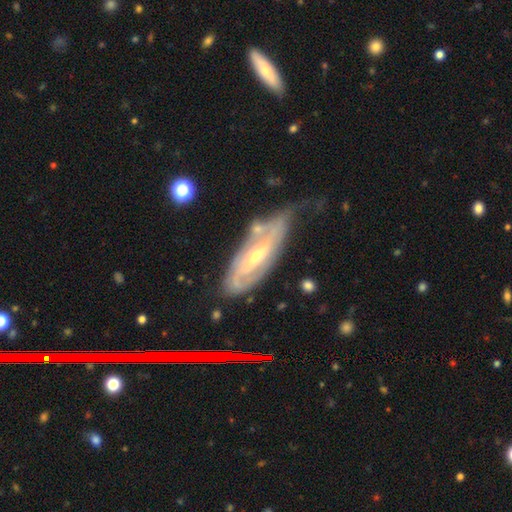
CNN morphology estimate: This is likely a featured or disk galaxy (79%). It is clearly not viewed edge-on (84%). Bar: marginally weak (39%). Spiral arm pattern: clearly yes (89%). Spiral arm count: possibly 2 (52%). Spiral winding: possibly tight (51%). Central bulge: possibly small (54%). Merging: possibly none (51%).